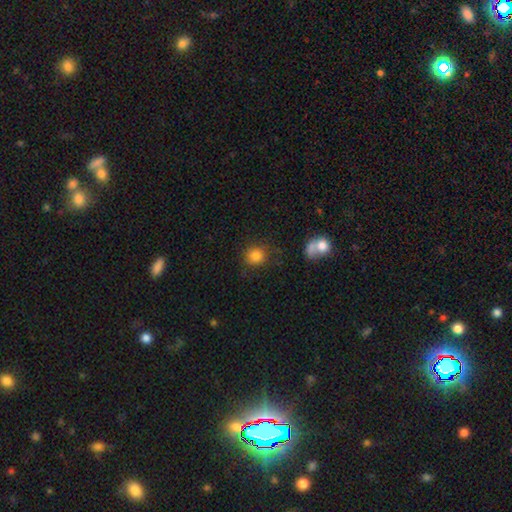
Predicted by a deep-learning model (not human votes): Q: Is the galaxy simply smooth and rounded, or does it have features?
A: smooth — 82%.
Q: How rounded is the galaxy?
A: round — 86%.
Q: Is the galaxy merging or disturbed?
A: none — 73%.